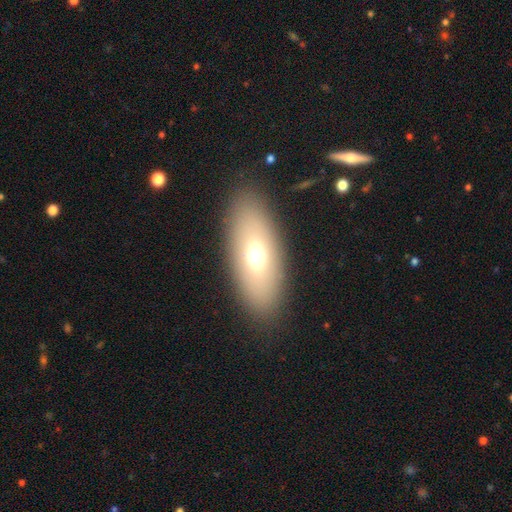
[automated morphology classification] Smooth or featured: smooth — 63% (featured or disk — 28%)
How rounded: in between — 82% (cigar-shaped — 14%)
Merging: none — 87% (minor disturbance — 8%)